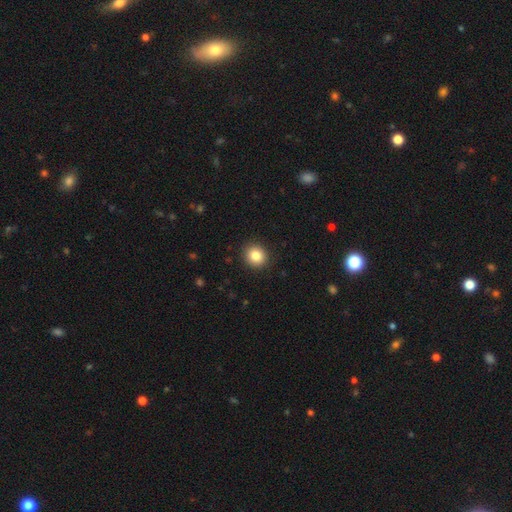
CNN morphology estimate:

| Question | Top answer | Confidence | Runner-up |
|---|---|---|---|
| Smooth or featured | smooth | 84% | star or artifact (10%) |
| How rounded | round | 83% | in between (16%) |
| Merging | none | 91% | minor disturbance (6%) |